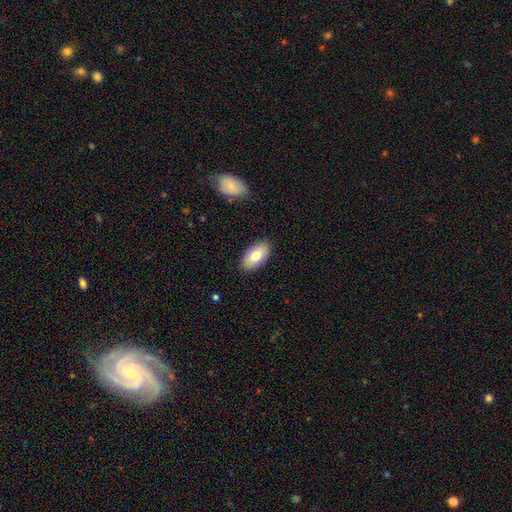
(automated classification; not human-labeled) smooth 75%, featured or disk 19%, star or artifact 6%. Down the decision tree: how rounded — in between (94%); merging — none (88%).